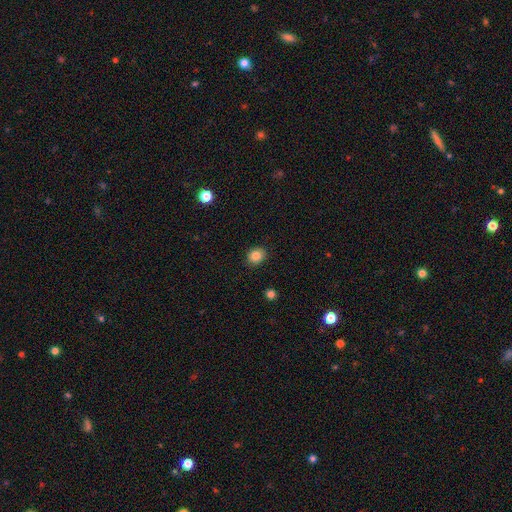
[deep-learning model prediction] This is clearly a smooth galaxy (84%). How rounded: likely round (67%). Merging: clearly none (89%).